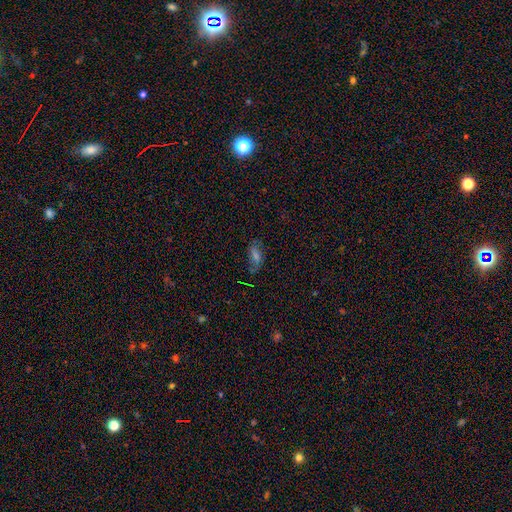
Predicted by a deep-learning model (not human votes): Smooth or featured?
  - smooth: 38% *
  - featured or disk: 37%
  - star or artifact: 25%
Merging?
  - none: 71% *
  - minor disturbance: 18%
  - major disturbance: 9%
  - merger: 2%